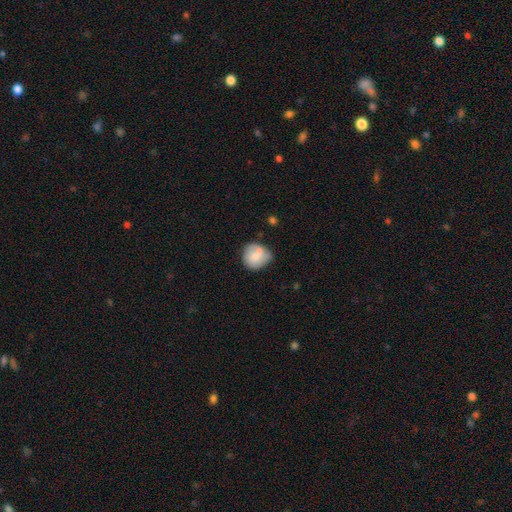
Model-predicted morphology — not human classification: A smooth galaxy with no disk features (70%) that is round (83%).

Vote fractions:
- Smooth or featured? smooth: 70% / featured or disk: 23% / star or artifact: 7%
- How rounded? round: 83% / in between: 16% / cigar-shaped: 1%
- Merging? none: 50% / minor disturbance: 29% / merger: 14% / major disturbance: 8%